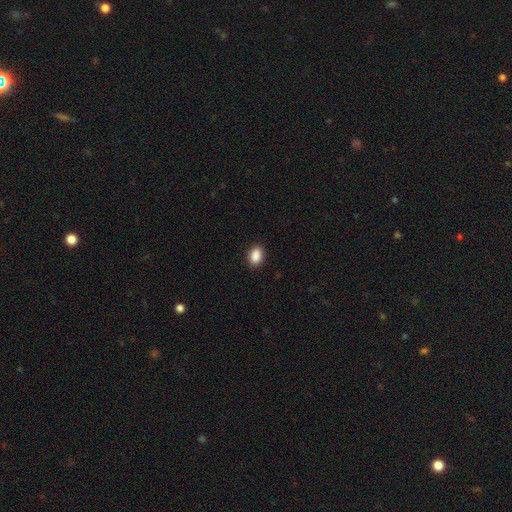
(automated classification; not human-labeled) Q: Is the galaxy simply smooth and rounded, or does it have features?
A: smooth — 89%.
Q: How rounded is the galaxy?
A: in between — 81%.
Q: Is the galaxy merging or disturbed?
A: none — 89%.